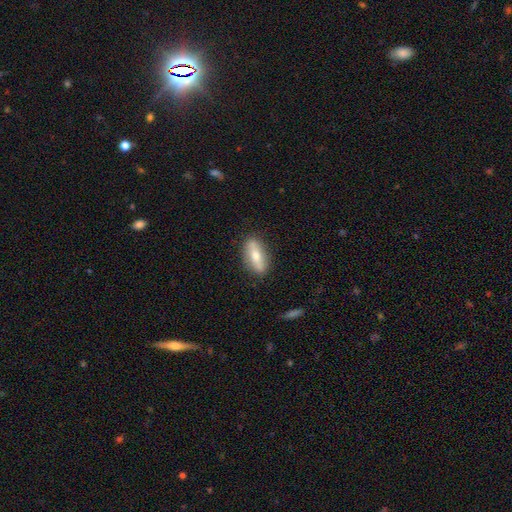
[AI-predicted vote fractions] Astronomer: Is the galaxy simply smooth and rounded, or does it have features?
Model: smooth — 57% (runner-up: featured or disk, 37%).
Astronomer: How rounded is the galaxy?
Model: in between — 67%.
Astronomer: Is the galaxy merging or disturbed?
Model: none — 84%.